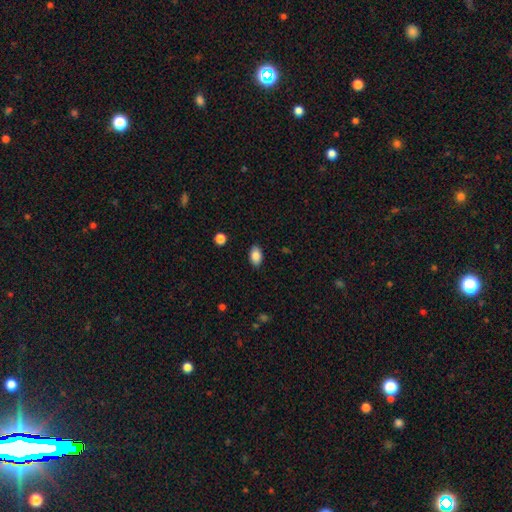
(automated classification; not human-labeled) This is clearly a smooth galaxy (86%). How rounded: clearly in between (90%). Merging: clearly none (88%).